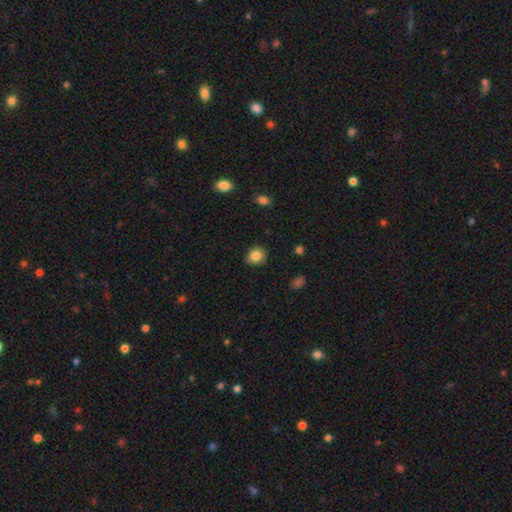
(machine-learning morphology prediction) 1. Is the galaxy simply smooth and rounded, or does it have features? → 84% smooth, 10% star or artifact, 6% featured or disk.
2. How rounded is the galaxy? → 81% round, 18% in between, 1% cigar-shaped.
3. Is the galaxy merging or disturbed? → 88% none, 9% minor disturbance, 2% major disturbance, 1% merger.